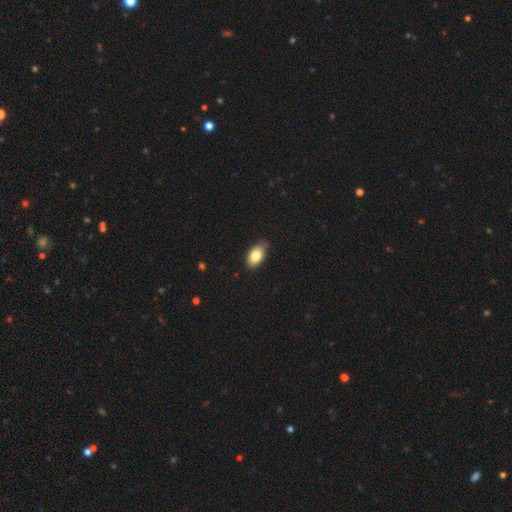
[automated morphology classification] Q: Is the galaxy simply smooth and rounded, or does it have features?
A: smooth — 81%.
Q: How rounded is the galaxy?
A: in between — 91%.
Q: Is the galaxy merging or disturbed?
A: none — 75%.